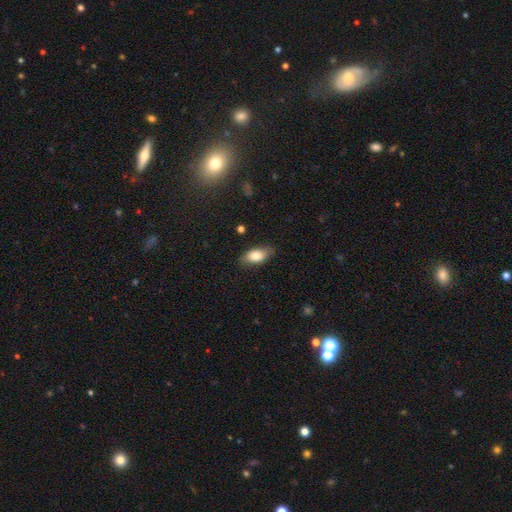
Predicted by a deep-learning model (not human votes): Q: Smooth or featured?
A: smooth (83%); runner-up: featured or disk (10%)
Q: How rounded?
A: in between (90%); runner-up: cigar-shaped (6%)
Q: Merging?
A: none (81%); runner-up: minor disturbance (15%)